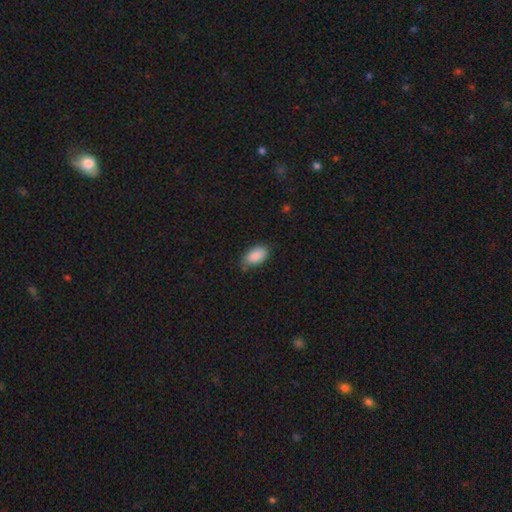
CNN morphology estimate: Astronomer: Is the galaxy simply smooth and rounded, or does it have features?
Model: smooth — 89%.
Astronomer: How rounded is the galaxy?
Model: in between — 93%.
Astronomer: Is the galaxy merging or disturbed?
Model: none — 75%.